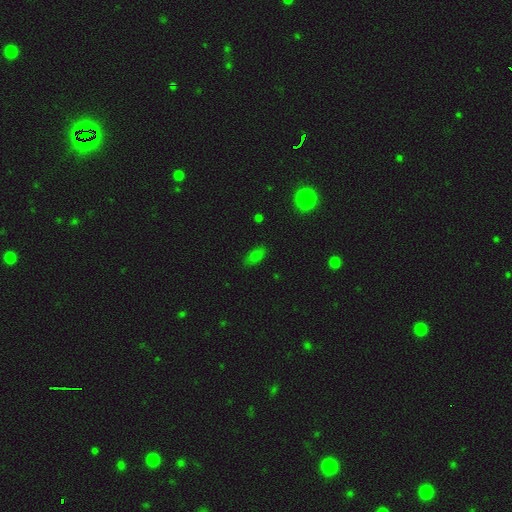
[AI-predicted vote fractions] A smooth galaxy with no disk features (78%) that is in between round and cigar-shaped (88%).

Vote fractions:
- Smooth or featured? smooth: 78% / star or artifact: 15% / featured or disk: 7%
- How rounded? in between: 88% / cigar-shaped: 6% / round: 5%
- Merging? none: 82% / minor disturbance: 14% / major disturbance: 3% / merger: 1%